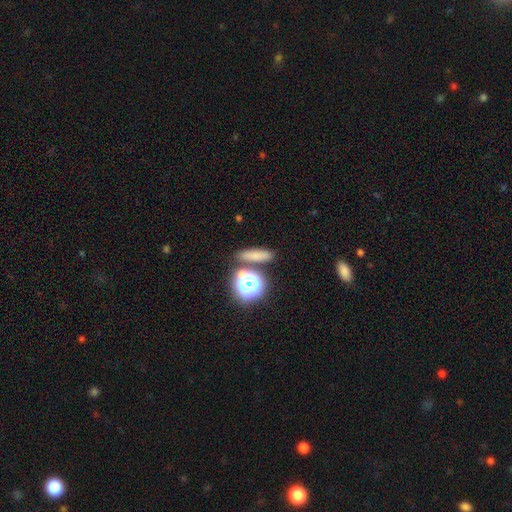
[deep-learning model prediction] This appears to be a smooth galaxy with no disk features (69%) that is round (35%). Merging: none (76%).